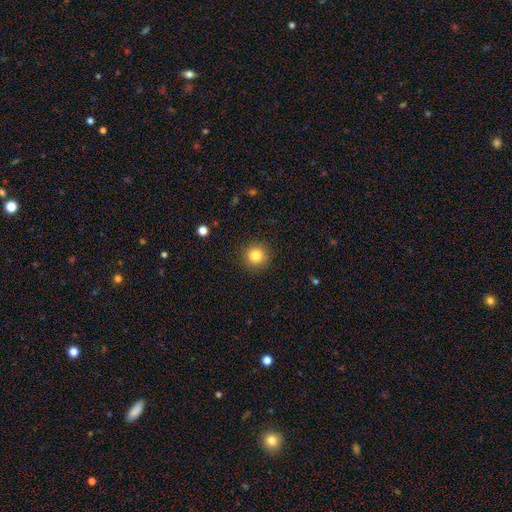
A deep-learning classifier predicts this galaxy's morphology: This appears to be a smooth galaxy with no disk features (83%) that is round (94%). Merging: none (90%).